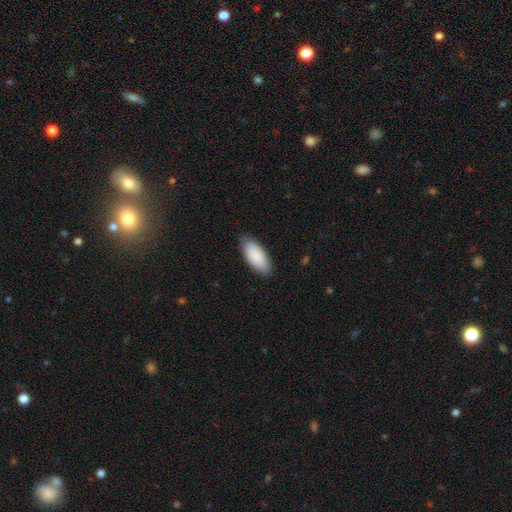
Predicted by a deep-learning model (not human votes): Smooth or featured: smooth — 88% (featured or disk — 7%)
How rounded: in between — 88% (cigar-shaped — 11%)
Merging: none — 85% (minor disturbance — 12%)